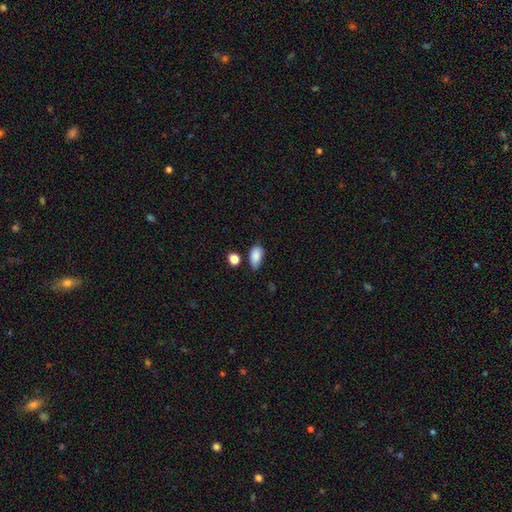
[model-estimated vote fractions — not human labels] Smooth or featured? smooth (86%)
How rounded? in between (92%)
Merging? none (56%)